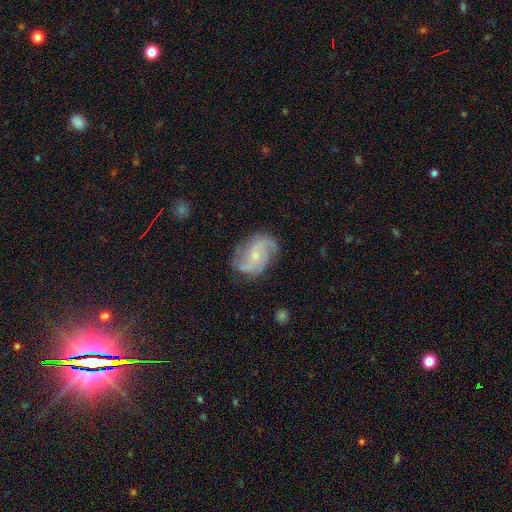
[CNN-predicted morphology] A featured or disk galaxy (81%) with no bar (64%), 2 (62%) medium (47%) spiral arms (95%) and a small central bulge (67%). Merging: none (74%).